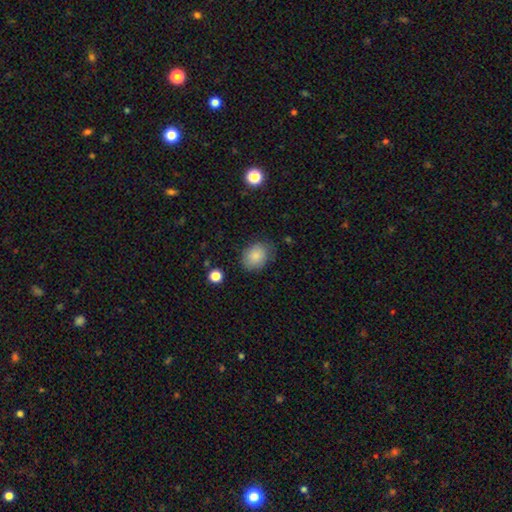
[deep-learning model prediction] smooth_or_featured: smooth (p=0.85) [alt: star or artifact p=0.08]
how_rounded: in between (p=0.61) [alt: round p=0.38]
merging: none (p=0.75) [alt: minor disturbance p=0.18]